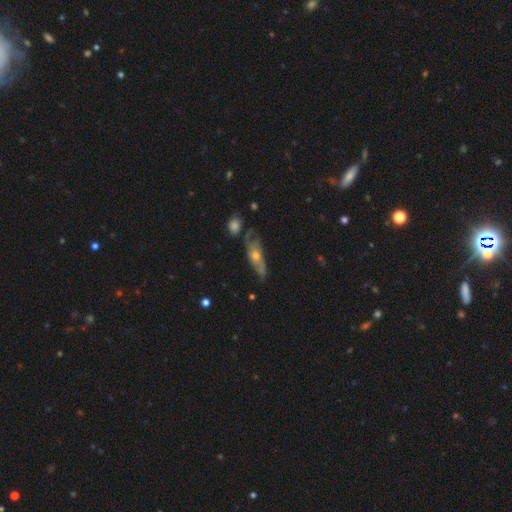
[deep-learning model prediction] This is likely a featured or disk galaxy (64%). It is likely not viewed edge-on (66%). Merging: possibly none (58%).